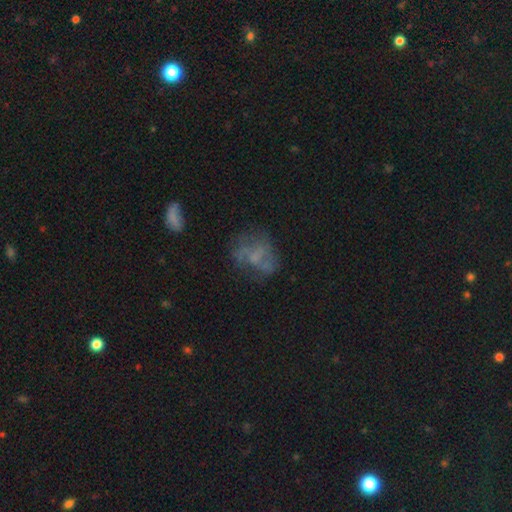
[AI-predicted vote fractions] Smooth or featured: featured or disk — 51% (smooth — 34%)
Edge-on disk: no — 97% (yes — 3%)
Merging: none — 48% (major disturbance — 25%)